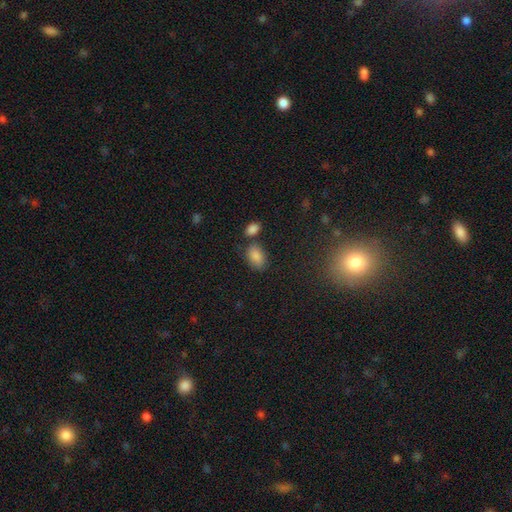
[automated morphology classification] Smooth or featured? Predicted: smooth (p=0.84). How rounded? Predicted: in between (p=0.90). Merging? Predicted: none (p=0.66).